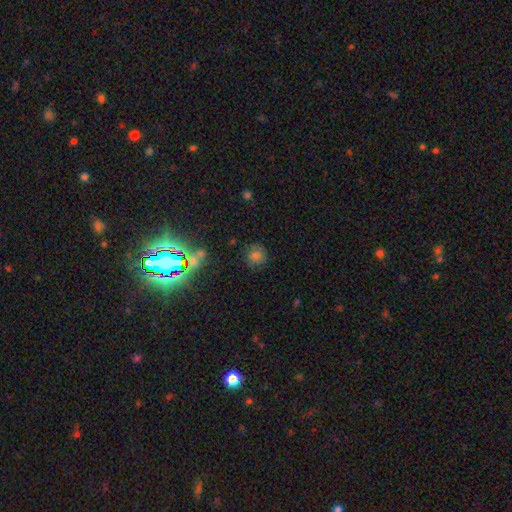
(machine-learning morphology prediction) This is likely a smooth galaxy (68%). How rounded: clearly round (88%). Merging: likely none (79%).